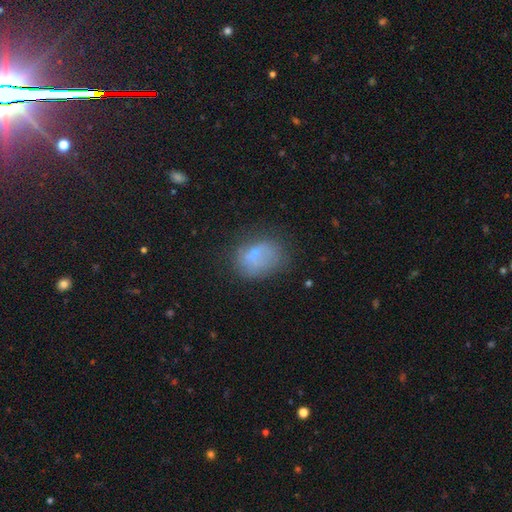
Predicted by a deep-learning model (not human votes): The model was most divided on "how rounded": in between: 58%, round: 41%, cigar-shaped: 1%. More confident: smooth or featured — smooth (61%); merging — none (52%).